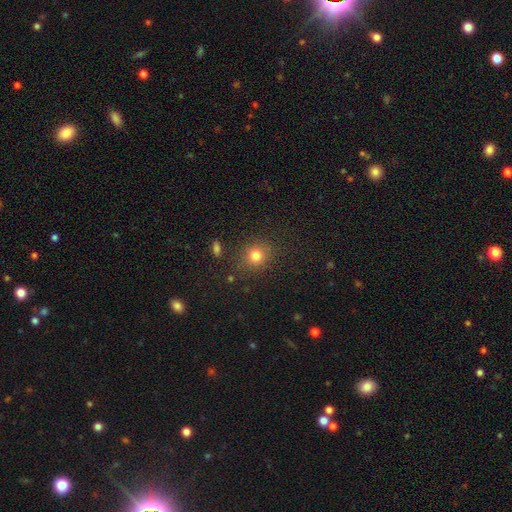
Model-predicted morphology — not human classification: Smooth or featured?
  - smooth: 80% *
  - star or artifact: 14%
  - featured or disk: 6%
How rounded?
  - round: 84% *
  - in between: 15%
  - cigar-shaped: 1%
Merging?
  - none: 84% *
  - minor disturbance: 10%
  - major disturbance: 4%
  - merger: 3%